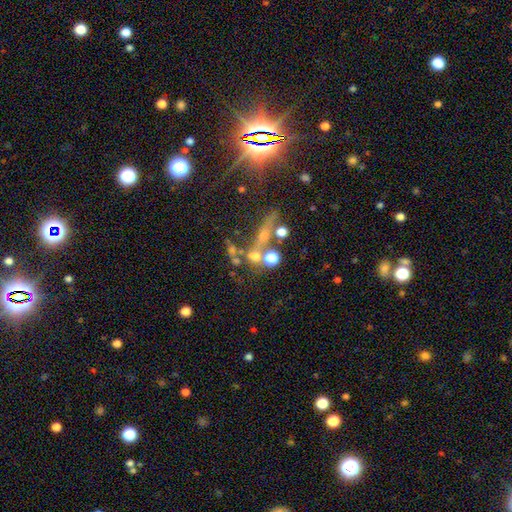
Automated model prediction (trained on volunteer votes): Smooth or featured? Predicted: smooth (p=0.39). Merging? Predicted: none (p=0.45).